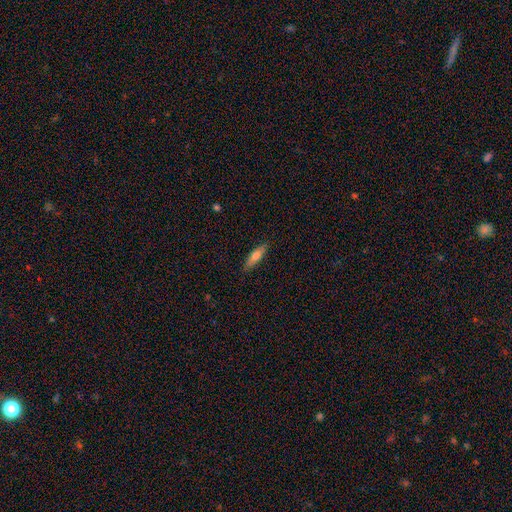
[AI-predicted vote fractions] Smooth or featured: smooth — 66% (featured or disk — 28%)
How rounded: cigar-shaped — 66% (in between — 32%)
Merging: none — 87% (minor disturbance — 10%)